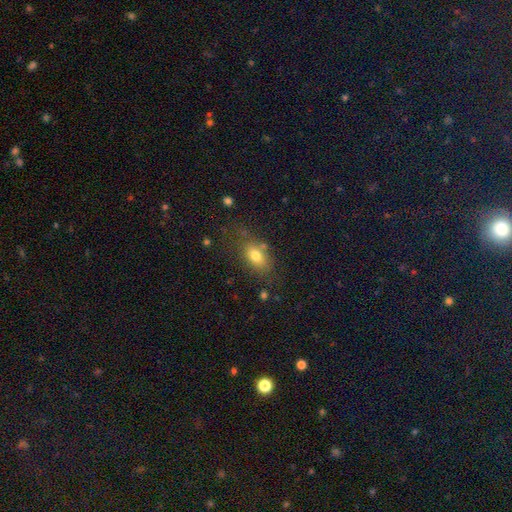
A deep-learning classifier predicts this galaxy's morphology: Q: Smooth or featured?
A: smooth (76%); runner-up: featured or disk (14%)
Q: How rounded?
A: in between (83%); runner-up: round (13%)
Q: Merging?
A: none (68%); runner-up: minor disturbance (18%)